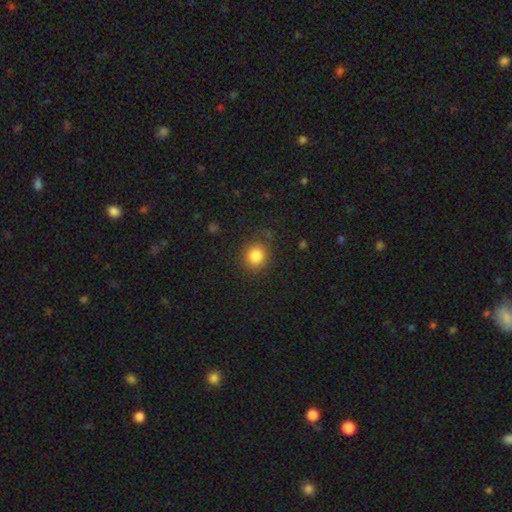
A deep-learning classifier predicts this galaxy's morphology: Q: Smooth or featured?
A: smooth (84%); runner-up: star or artifact (10%)
Q: How rounded?
A: round (76%); runner-up: in between (23%)
Q: Merging?
A: none (81%); runner-up: minor disturbance (13%)